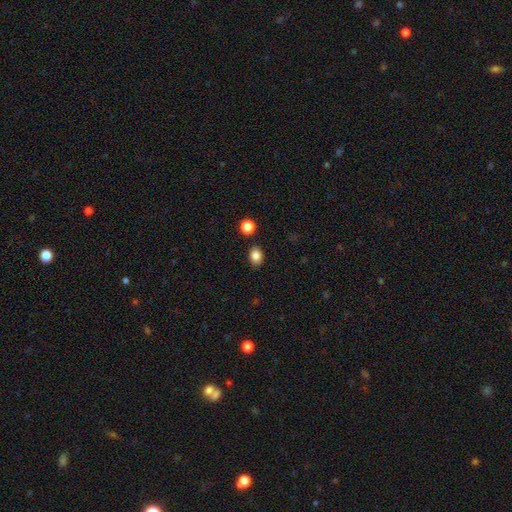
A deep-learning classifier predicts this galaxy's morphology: Smooth or featured?
  - smooth: 85% *
  - star or artifact: 10%
  - featured or disk: 5%
How rounded?
  - in between: 60% *
  - round: 39%
  - cigar-shaped: 1%
Merging?
  - none: 84% *
  - minor disturbance: 10%
  - merger: 4%
  - major disturbance: 2%